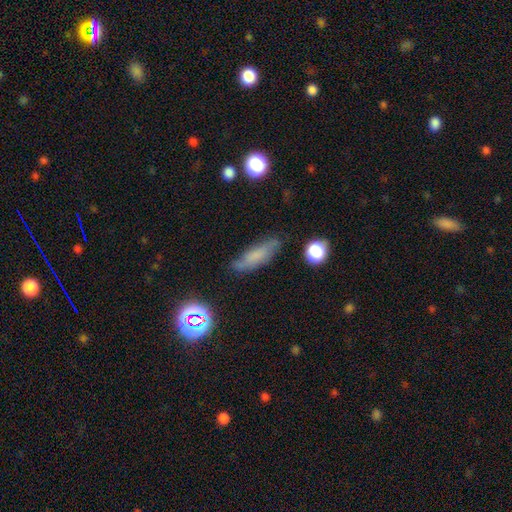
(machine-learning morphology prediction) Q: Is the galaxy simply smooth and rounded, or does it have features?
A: smooth — 64%.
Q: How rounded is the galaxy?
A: cigar-shaped — 52%.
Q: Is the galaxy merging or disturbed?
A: none — 71%.